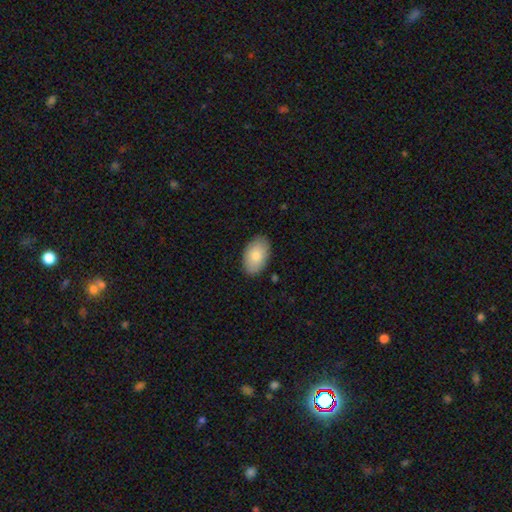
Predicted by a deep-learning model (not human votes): Morphology: type=smooth (81%); roundness=in between (93%); merging=none (87%).